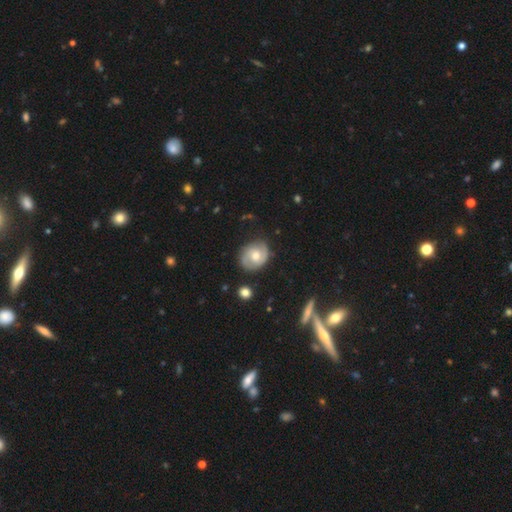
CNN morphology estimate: smooth_or_featured: featured or disk (p=0.61) [alt: smooth p=0.32]
disk_edge_on: no (p=0.96) [alt: yes p=0.04]
bar: no (p=0.65) [alt: weak p=0.29]
has_spiral_arms: yes (p=0.83) [alt: no p=0.17]
bulge_size: moderate (p=0.73) [alt: small p=0.16]
merging: none (p=0.74) [alt: minor disturbance p=0.19]